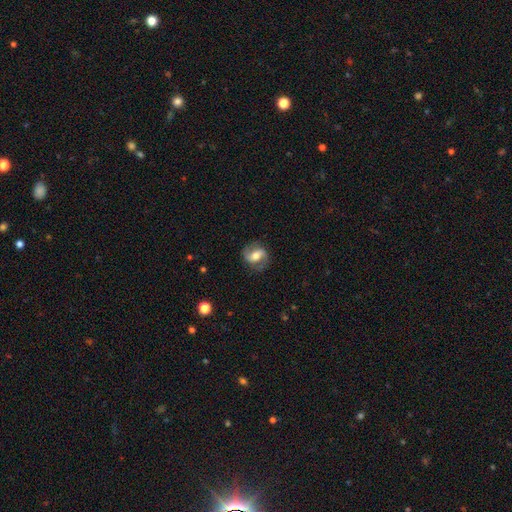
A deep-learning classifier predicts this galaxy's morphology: smooth-or-featured: featured or disk: 70% | smooth: 23% | star or artifact: 7%
  disk-edge-on: no: 96% | yes: 4%
    bar: weak: 39% | strong: 35% | no: 26%
    has-spiral-arms: yes: 88% | no: 12%
      spiral-winding: medium: 46% | loose: 33% | tight: 21%
      spiral-arm-count: 2: 89% | can't tell: 5% | 1: 3% | 3: 1% | 4: 1% | more than 4: 1%
    bulge-size: moderate: 67% | small: 19% | large: 10% | none: 2% | dominant: 1%
  merging: none: 80% | minor disturbance: 13% | major disturbance: 6% | merger: 1%